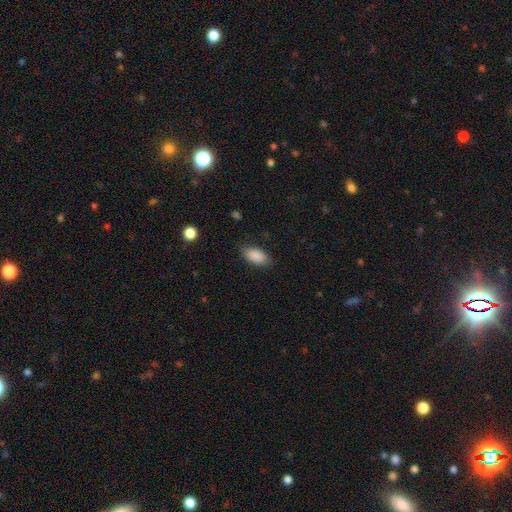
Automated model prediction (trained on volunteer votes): Overall: smooth (89%). How rounded: in between (93%). Merging: none (82%).